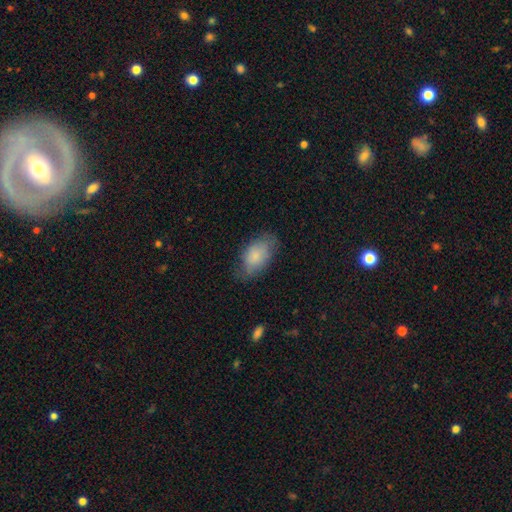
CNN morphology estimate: Smooth or featured: smooth — 80% (featured or disk — 13%)
How rounded: in between — 91% (round — 6%)
Merging: none — 65% (minor disturbance — 25%)